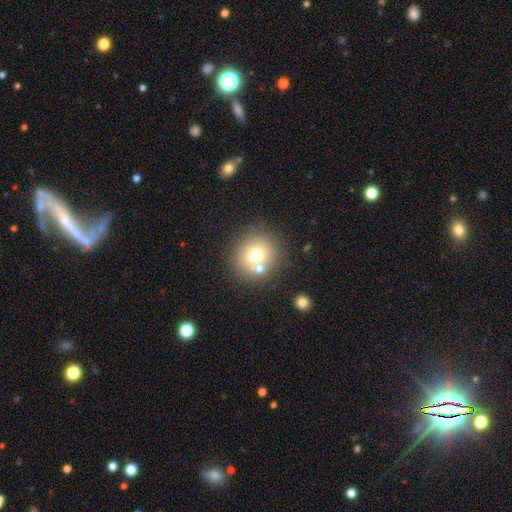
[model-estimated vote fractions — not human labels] A smooth galaxy with no disk features (69%) that is round (92%).

Vote fractions:
- Smooth or featured? smooth: 69% / featured or disk: 17% / star or artifact: 15%
- How rounded? round: 92% / in between: 7% / cigar-shaped: 1%
- Merging? none: 71% / merger: 16% / minor disturbance: 9% / major disturbance: 4%